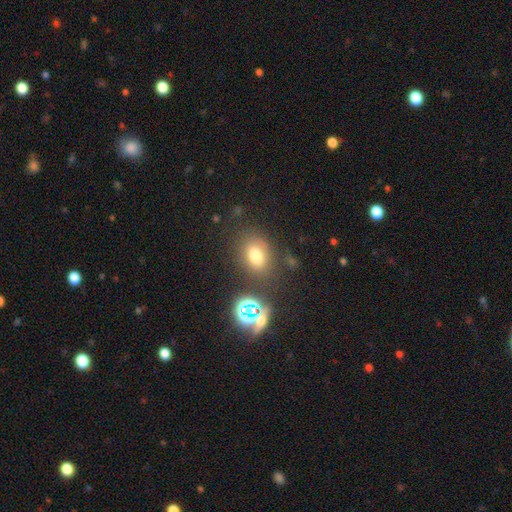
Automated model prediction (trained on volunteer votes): Smooth or featured: smooth — 69% (star or artifact — 19%)
How rounded: in between — 68% (round — 31%)
Merging: none — 74% (minor disturbance — 14%)